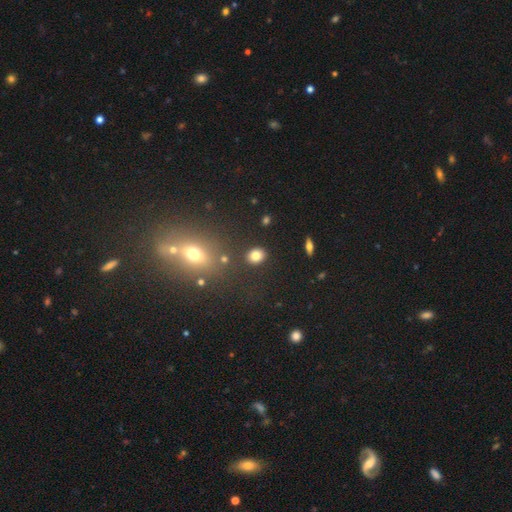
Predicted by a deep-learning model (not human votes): A smooth galaxy with no disk features (82%) that is round (51%).

Vote fractions:
- Smooth or featured? smooth: 82% / star or artifact: 12% / featured or disk: 7%
- How rounded? round: 51% / in between: 48% / cigar-shaped: 1%
- Merging? none: 85% / minor disturbance: 8% / merger: 4% / major disturbance: 3%